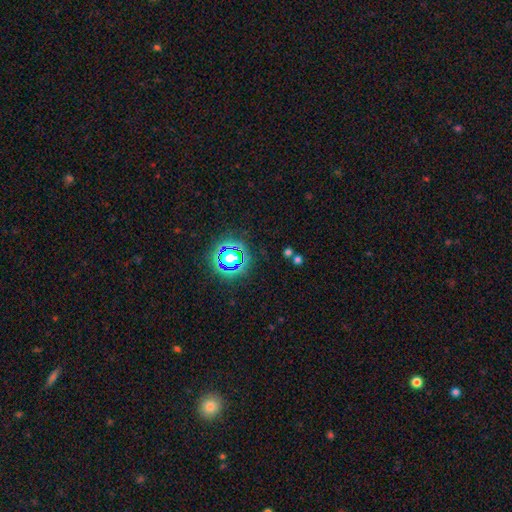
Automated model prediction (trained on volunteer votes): A star or artifact, not a galaxy (76%).

Vote fractions:
- Smooth or featured? star or artifact: 76% / smooth: 16% / featured or disk: 9%